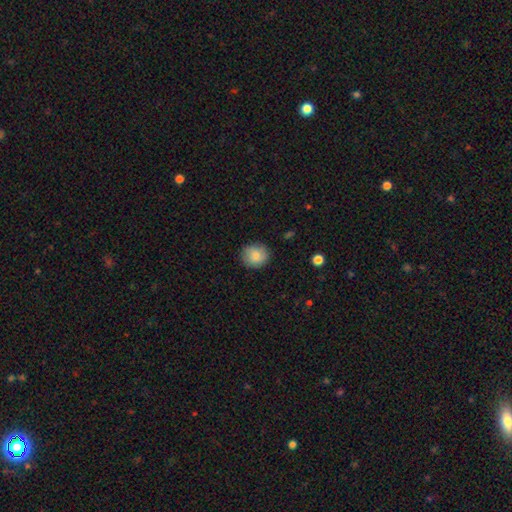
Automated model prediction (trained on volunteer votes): smooth 84%, featured or disk 8%, star or artifact 8%. Down the decision tree: how rounded — round (84%); merging — none (87%).